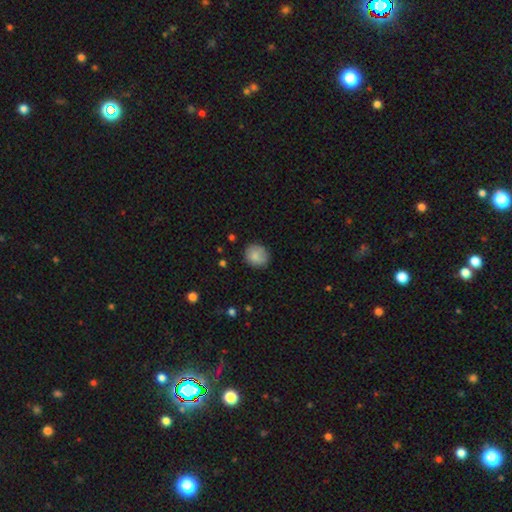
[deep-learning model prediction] Smooth or featured? smooth (85%)
How rounded? round (78%)
Merging? none (80%)